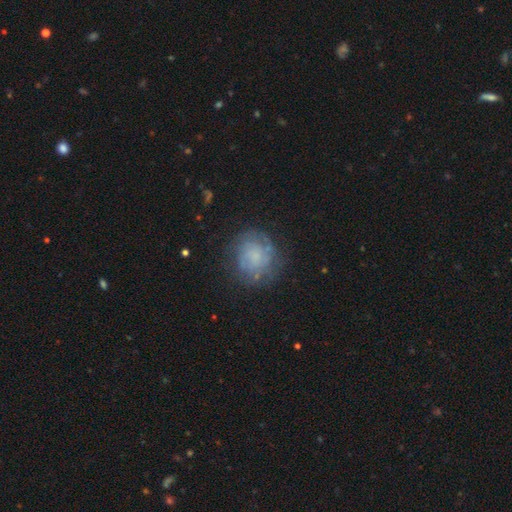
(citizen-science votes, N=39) Smooth or featured? 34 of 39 (87%) said featured or disk. Edge-on disk? 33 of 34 (97%) said no. Bar? 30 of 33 (91%) said no. Spiral arms? 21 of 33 (64%) said yes. Spiral winding? 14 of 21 (67%) said tight. Spiral arm count? 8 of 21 (38%) said can't tell. Bulge size? 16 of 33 (48%) said small. Merging? 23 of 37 (62%) said none.